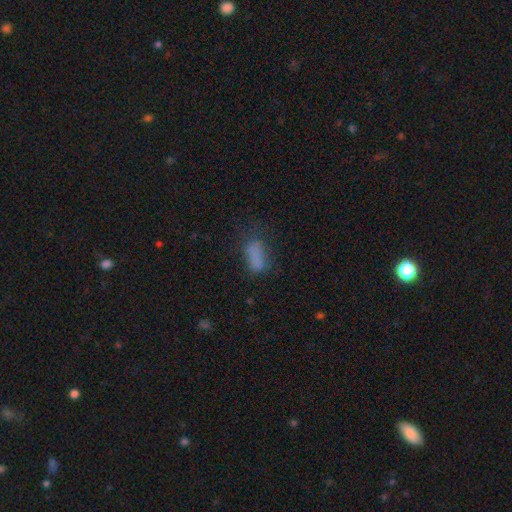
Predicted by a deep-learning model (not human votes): This is likely a smooth galaxy (70%). How rounded: clearly in between (83%). Merging: marginally none (45%).